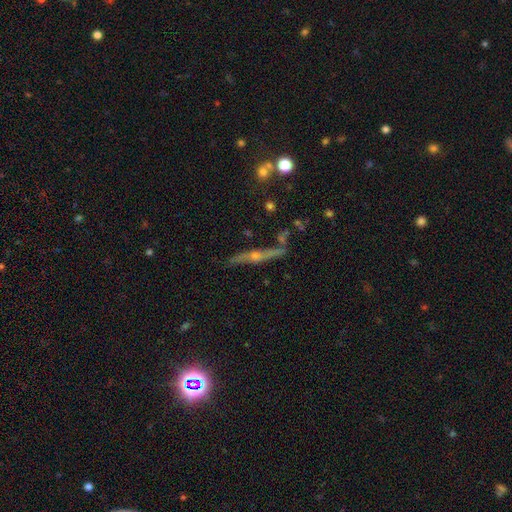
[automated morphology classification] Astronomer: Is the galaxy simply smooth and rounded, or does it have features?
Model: featured or disk — 75%.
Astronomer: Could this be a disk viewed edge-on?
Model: yes — 90%.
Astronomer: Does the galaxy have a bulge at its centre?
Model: rounded — 89%.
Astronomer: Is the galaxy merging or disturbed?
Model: none — 73%.